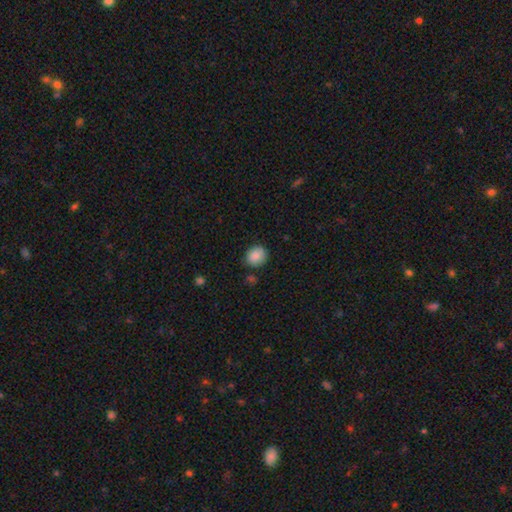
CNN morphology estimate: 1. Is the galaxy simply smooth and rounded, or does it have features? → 88% smooth, 8% star or artifact, 4% featured or disk.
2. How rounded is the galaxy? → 69% round, 30% in between, 1% cigar-shaped.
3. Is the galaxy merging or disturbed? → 80% none, 14% minor disturbance, 3% major disturbance, 3% merger.